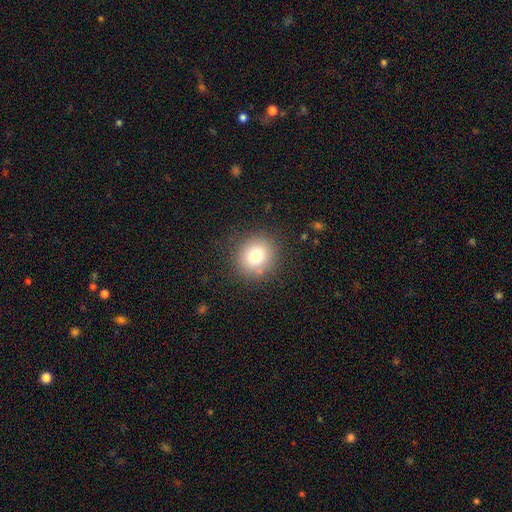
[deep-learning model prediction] smooth_or_featured: smooth (p=0.77) [alt: star or artifact p=0.12]
how_rounded: round (p=0.87) [alt: in between p=0.12]
merging: none (p=0.87) [alt: minor disturbance p=0.08]